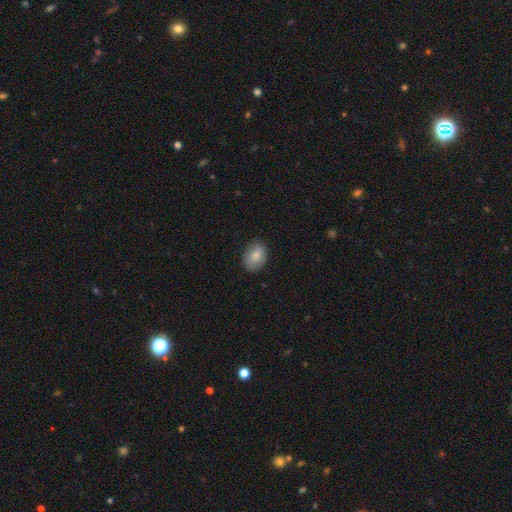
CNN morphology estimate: The model was most divided on "how rounded": in between: 74%, round: 25%, cigar-shaped: 1%. More confident: merging — none (83%); smooth or featured — smooth (80%).